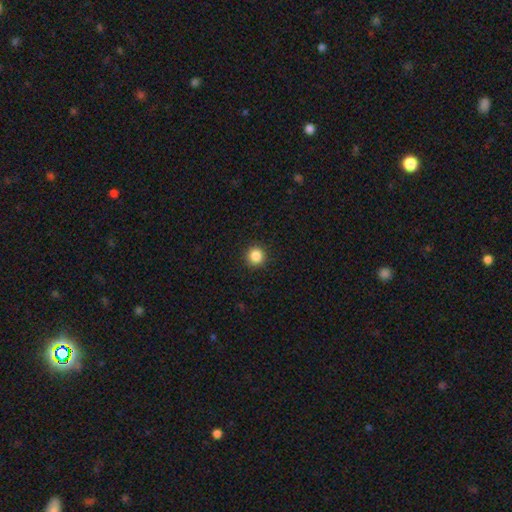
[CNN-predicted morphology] Smooth or featured: smooth — 86% (star or artifact — 11%)
How rounded: round — 94% (in between — 5%)
Merging: none — 93% (minor disturbance — 5%)